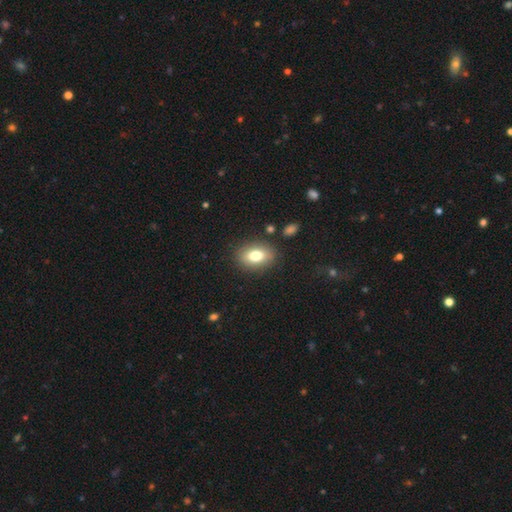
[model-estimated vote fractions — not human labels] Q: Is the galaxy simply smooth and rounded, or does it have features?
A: smooth — 78%.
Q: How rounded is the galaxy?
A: in between — 80%.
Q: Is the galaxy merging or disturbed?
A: none — 85%.